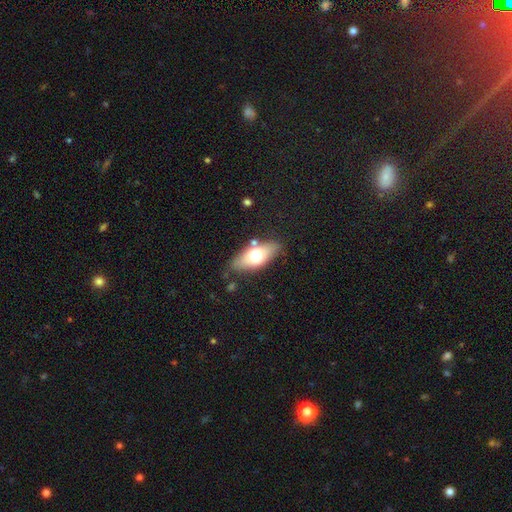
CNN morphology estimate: A smooth galaxy with no disk features (62%) that is in between round and cigar-shaped (81%). Merging: none (77%).